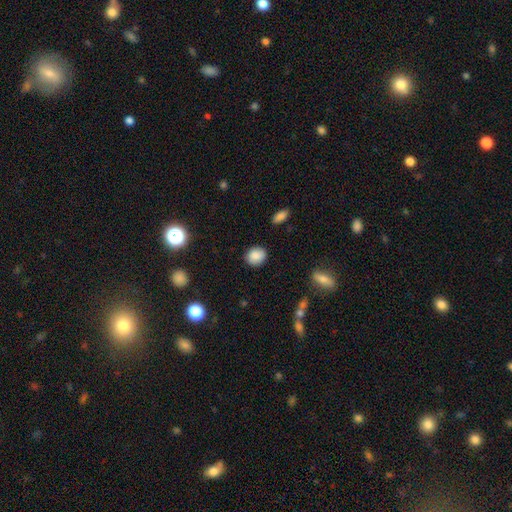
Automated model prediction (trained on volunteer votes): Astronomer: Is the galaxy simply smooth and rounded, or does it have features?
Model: smooth — 86%.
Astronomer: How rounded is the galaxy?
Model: round — 74%.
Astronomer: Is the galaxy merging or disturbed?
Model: none — 88%.